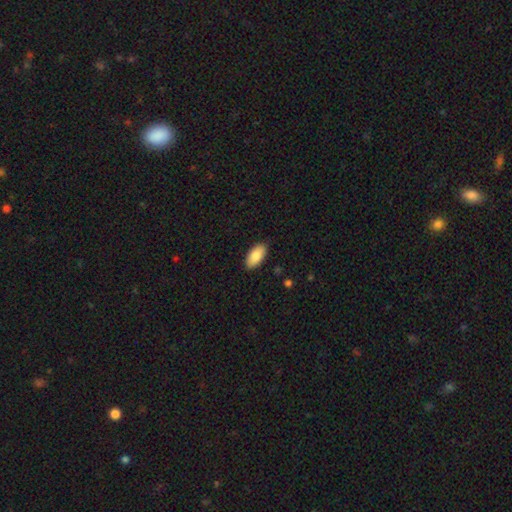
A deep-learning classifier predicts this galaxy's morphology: Smooth or featured? Predicted: smooth (p=0.85). How rounded? Predicted: in between (p=0.93). Merging? Predicted: none (p=0.88).